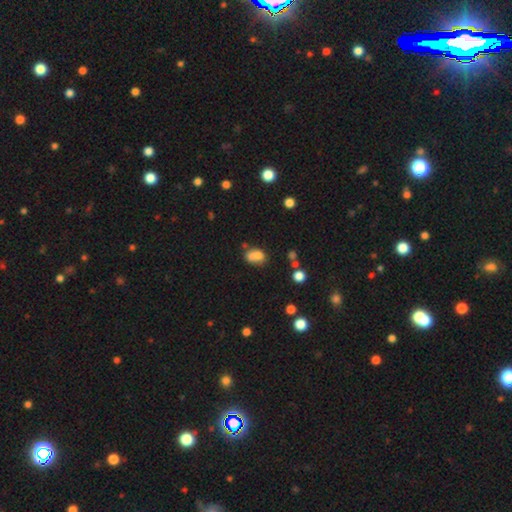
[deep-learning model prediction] This appears to be a smooth galaxy with no disk features (75%) that is in between round and cigar-shaped (71%). Merging: none (39%).